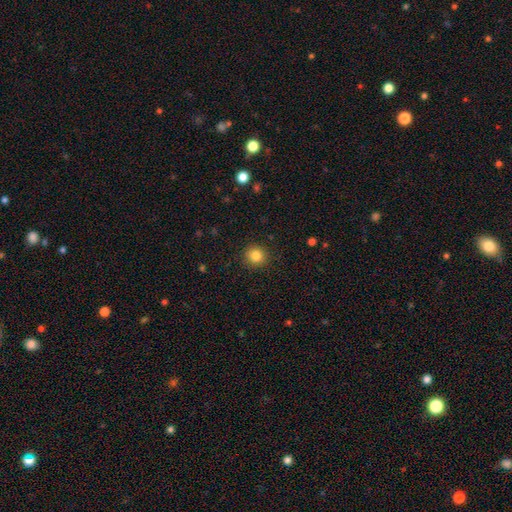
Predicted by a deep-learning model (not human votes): smooth_or_featured: smooth (p=0.83) [alt: star or artifact p=0.11]
how_rounded: round (p=0.92) [alt: in between p=0.07]
merging: none (p=0.91) [alt: minor disturbance p=0.06]